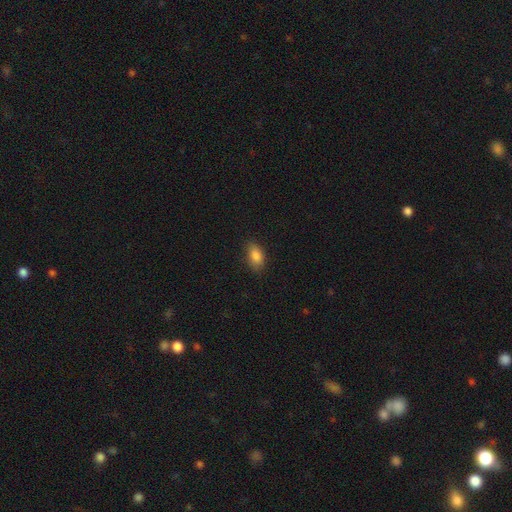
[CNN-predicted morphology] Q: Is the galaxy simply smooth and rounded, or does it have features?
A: smooth — 86%.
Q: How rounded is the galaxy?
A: in between — 88%.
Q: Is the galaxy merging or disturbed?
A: none — 79%.